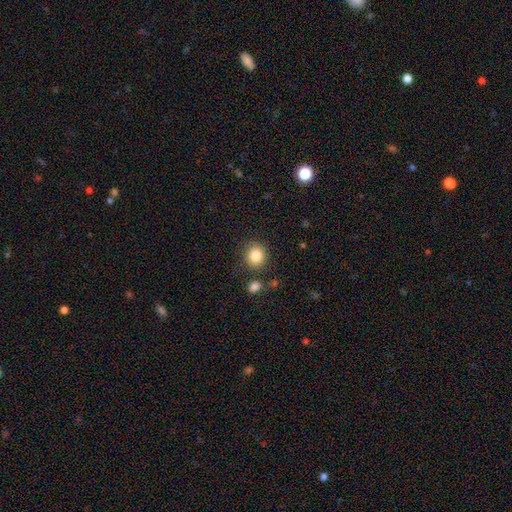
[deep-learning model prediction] Smooth or featured? Predicted: smooth (p=0.84). How rounded? Predicted: round (p=0.83). Merging? Predicted: none (p=0.84).